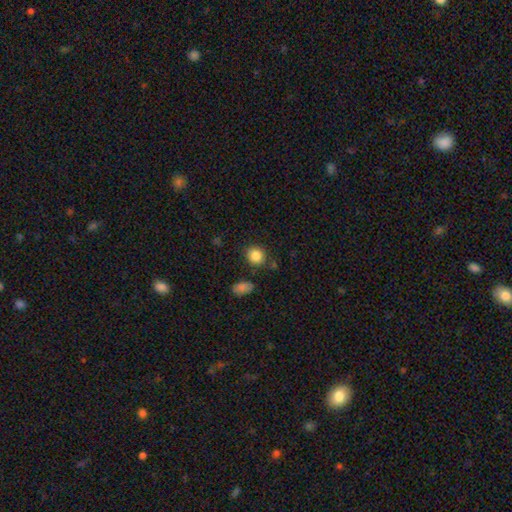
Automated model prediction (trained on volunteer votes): A smooth galaxy with no disk features (86%) that is round (80%). Merging: none (79%).